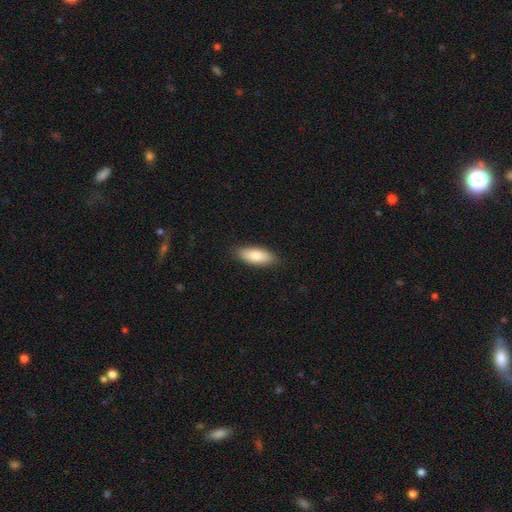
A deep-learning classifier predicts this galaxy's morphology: Smooth or featured: smooth — 80% (featured or disk — 14%)
How rounded: in between — 81% (cigar-shaped — 17%)
Merging: none — 87% (minor disturbance — 10%)